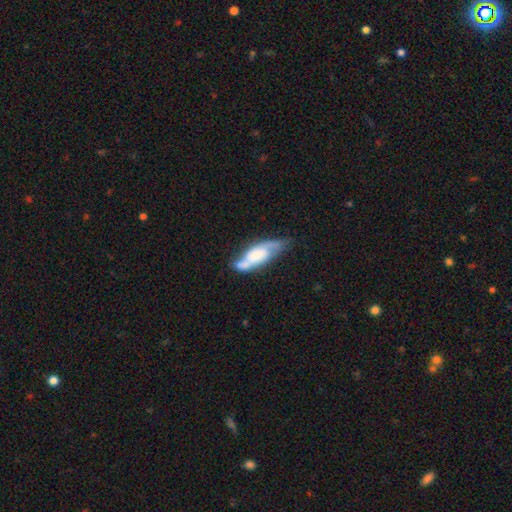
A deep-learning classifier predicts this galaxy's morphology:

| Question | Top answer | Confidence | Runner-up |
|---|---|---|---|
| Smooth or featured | featured or disk | 61% | smooth (32%) |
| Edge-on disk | no | 77% | yes (23%) |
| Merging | none | 49% | minor disturbance (28%) |